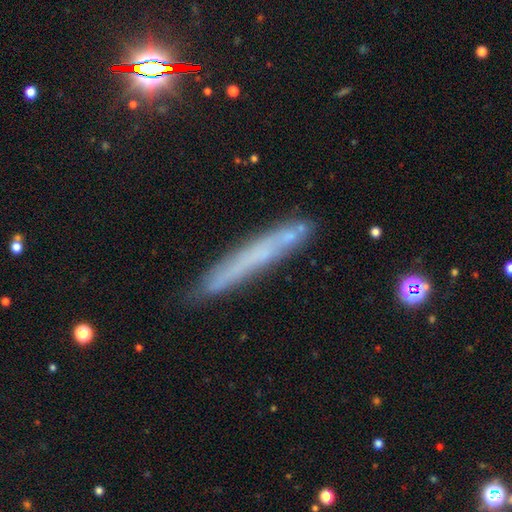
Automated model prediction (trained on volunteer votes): Morphology: type=smooth (45%); merging=none (79%).